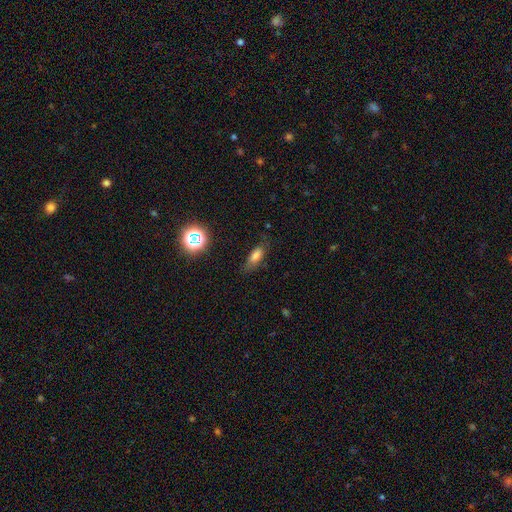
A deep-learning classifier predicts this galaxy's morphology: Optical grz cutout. It shows a smooth galaxy with no disk features (73%) that is in between round and cigar-shaped (72%). Merging: none (69%).